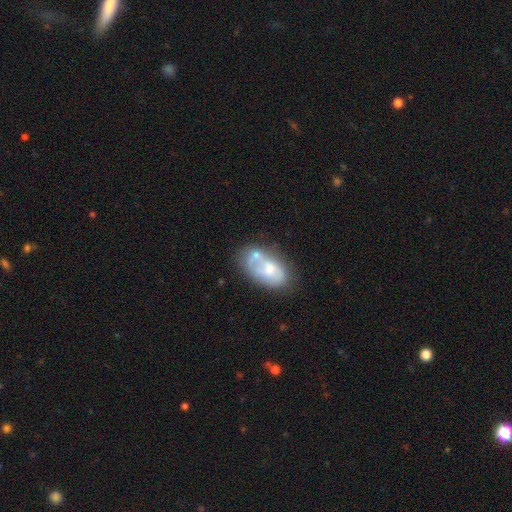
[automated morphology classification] smooth-or-featured: smooth: 53% | featured or disk: 39% | star or artifact: 8%
  how-rounded: in between: 91% | round: 8% | cigar-shaped: 2%
  merging: merger: 32% | none: 31% | minor disturbance: 22% | major disturbance: 15%